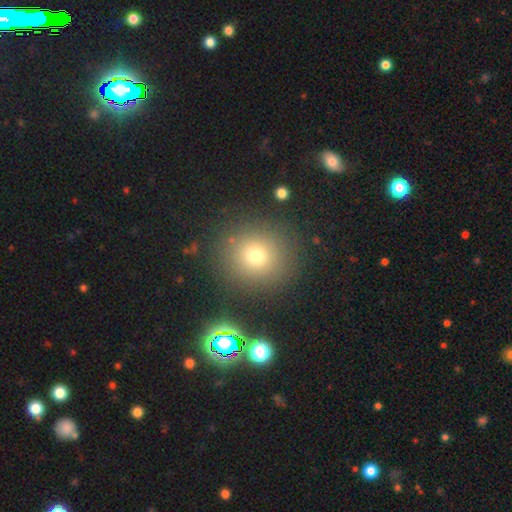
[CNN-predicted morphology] Smooth or featured? Predicted: smooth (p=0.71). How rounded? Predicted: round (p=0.90). Merging? Predicted: none (p=0.86).